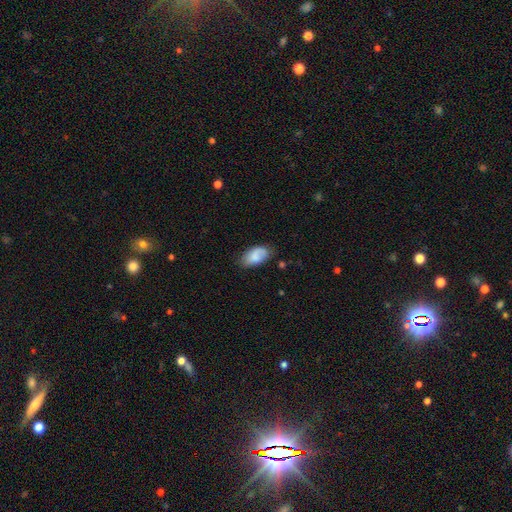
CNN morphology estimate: Overall: smooth (76%). How rounded: in between (93%). Merging: none (64%; minor disturbance 27%).